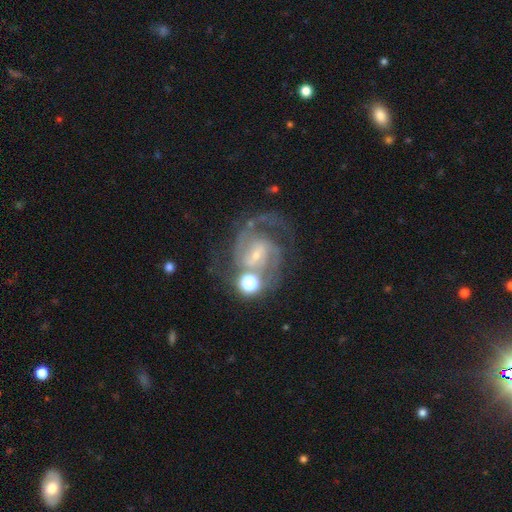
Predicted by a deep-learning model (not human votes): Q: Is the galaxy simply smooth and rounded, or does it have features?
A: featured or disk — 87%.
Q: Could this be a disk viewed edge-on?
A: no — 98%.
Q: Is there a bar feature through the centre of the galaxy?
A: weak — 49%.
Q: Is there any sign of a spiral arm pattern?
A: yes — 97%.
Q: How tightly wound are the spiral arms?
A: medium — 52%.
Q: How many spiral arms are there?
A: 2 — 69%.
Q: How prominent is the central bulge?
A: small — 72%.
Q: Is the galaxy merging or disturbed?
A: none — 56%.